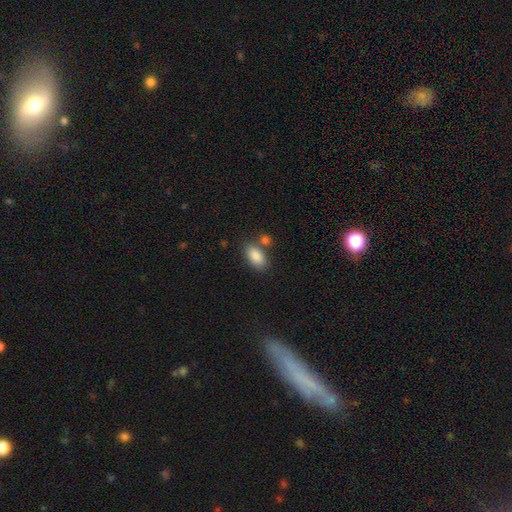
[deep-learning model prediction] A smooth galaxy with no disk features (88%) that is in between round and cigar-shaped (92%).

Vote fractions:
- Smooth or featured? smooth: 88% / star or artifact: 7% / featured or disk: 5%
- How rounded? in between: 92% / round: 4% / cigar-shaped: 4%
- Merging? none: 67% / merger: 17% / minor disturbance: 13% / major disturbance: 4%